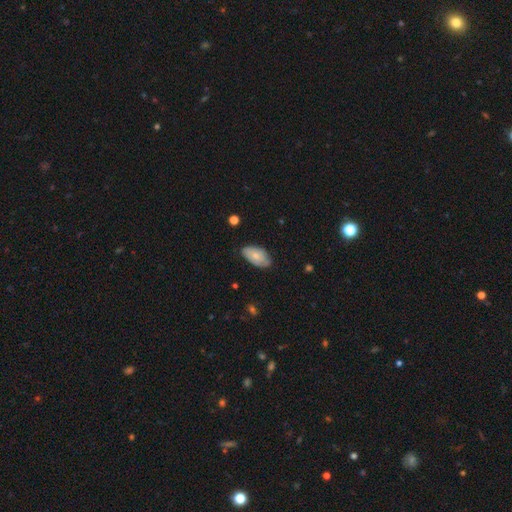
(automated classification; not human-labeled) Morphology: type=smooth (63%); roundness=in between (94%); merging=none (72%).